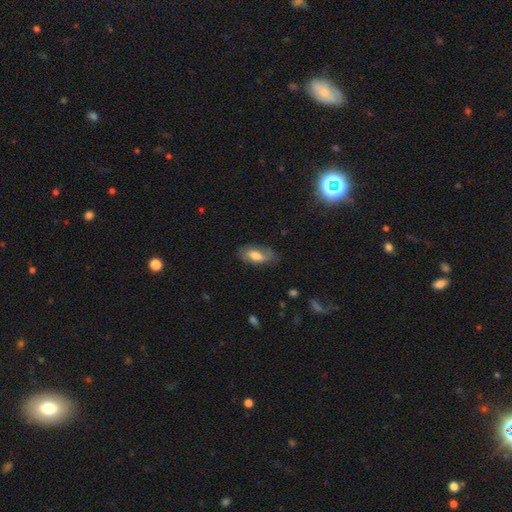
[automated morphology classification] smooth_or_featured: smooth (p=0.67) [alt: featured or disk p=0.26]
how_rounded: in between (p=0.88) [alt: cigar-shaped p=0.09]
merging: none (p=0.72) [alt: minor disturbance p=0.21]